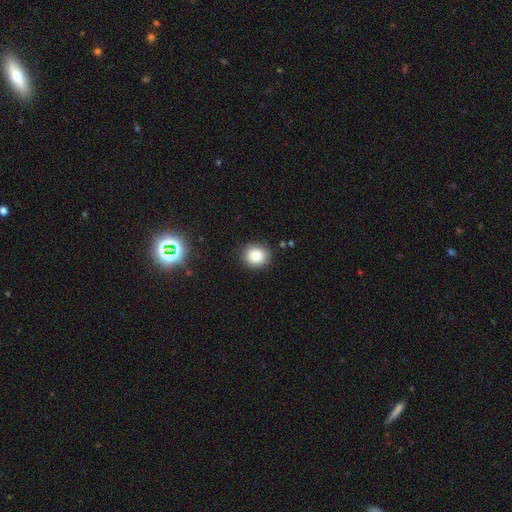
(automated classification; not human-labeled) Smooth or featured?
  - smooth: 83% *
  - star or artifact: 11%
  - featured or disk: 6%
How rounded?
  - round: 84% *
  - in between: 15%
  - cigar-shaped: 1%
Merging?
  - none: 89% *
  - minor disturbance: 7%
  - major disturbance: 2%
  - merger: 1%